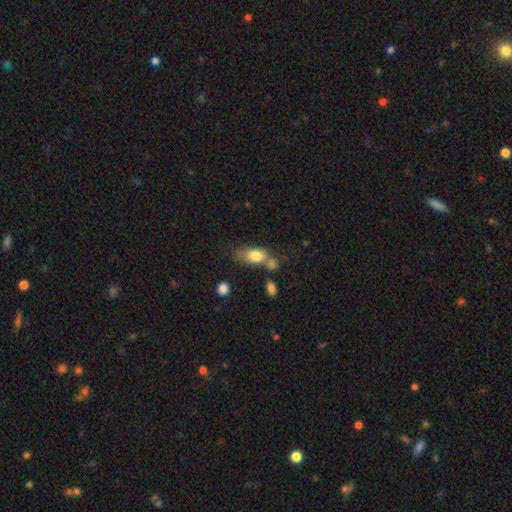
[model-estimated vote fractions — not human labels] The model was most divided on "merging": none: 41%, merger: 28%, minor disturbance: 21%, major disturbance: 10%. More confident: how rounded — in between (83%); smooth or featured — smooth (79%).